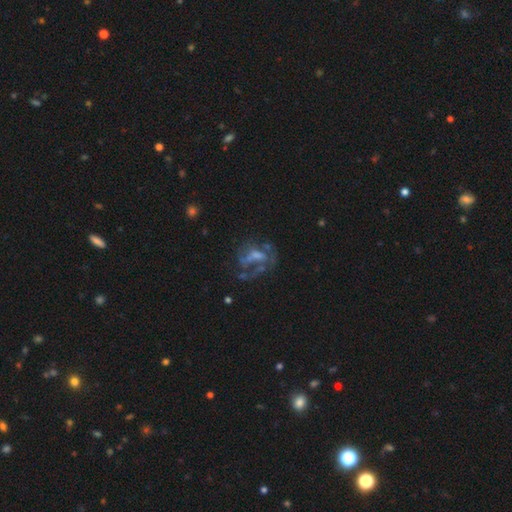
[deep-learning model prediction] This appears to be a featured or disk galaxy (64%) with no bar (53%), no spiral arms (56%) and no central bulge (36%). Merging: major disturbance (41%).